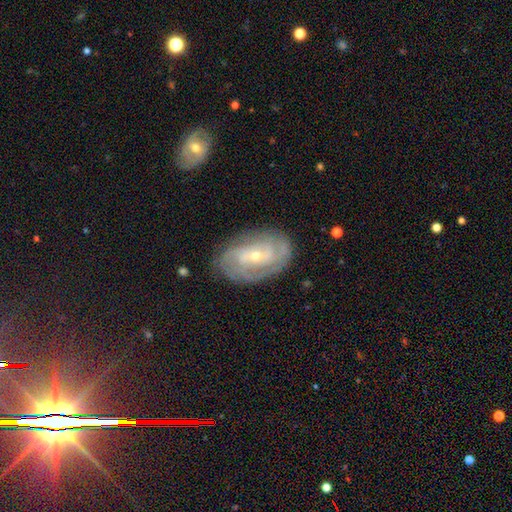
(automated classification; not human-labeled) Smooth or featured? featured or disk (81%)
Edge-on disk? no (95%)
Bar? no (52%)
Spiral arms? yes (89%)
Spiral winding? tight (65%)
Spiral arm count? can't tell (38%)
Bulge size? small (65%)
Merging? none (78%)